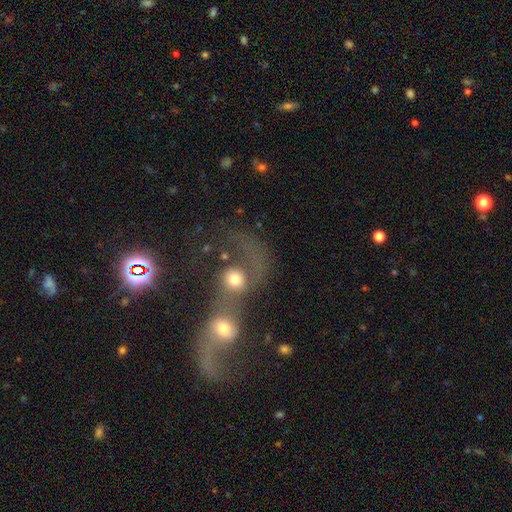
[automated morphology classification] smooth_or_featured: featured or disk (p=0.50) [alt: smooth p=0.35]
disk_edge_on: no (p=0.95) [alt: yes p=0.05]
merging: merger (p=0.81) [alt: major disturbance p=0.09]